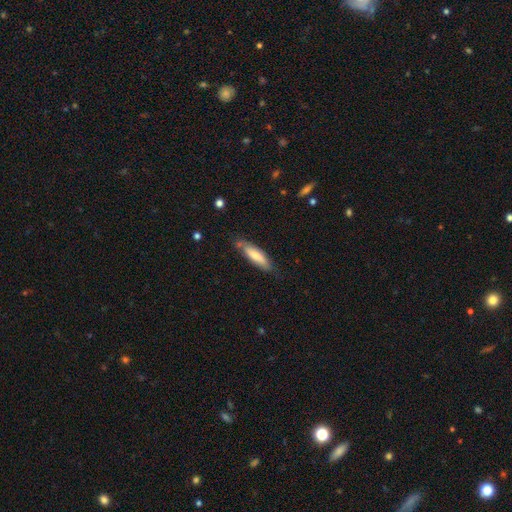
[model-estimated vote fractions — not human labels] smooth_or_featured: smooth (p=0.71) [alt: featured or disk p=0.23]
how_rounded: cigar-shaped (p=0.65) [alt: in between p=0.34]
merging: none (p=0.72) [alt: minor disturbance p=0.21]